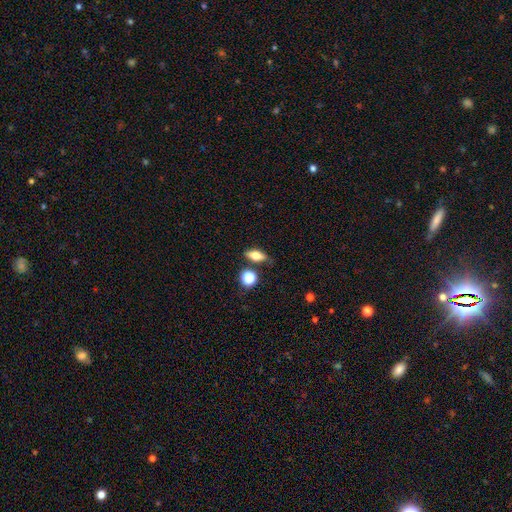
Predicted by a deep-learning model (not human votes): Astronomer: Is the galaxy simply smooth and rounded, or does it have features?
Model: smooth — 65%.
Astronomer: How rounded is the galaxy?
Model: in between — 71%.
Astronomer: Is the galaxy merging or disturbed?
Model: none — 78%.